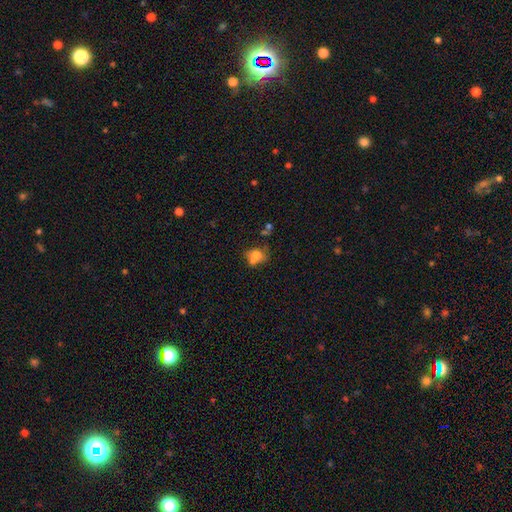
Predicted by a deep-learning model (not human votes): smooth_or_featured: smooth (p=0.73) [alt: featured or disk p=0.16]
how_rounded: round (p=0.59) [alt: in between p=0.40]
merging: none (p=0.41) [alt: merger p=0.32]